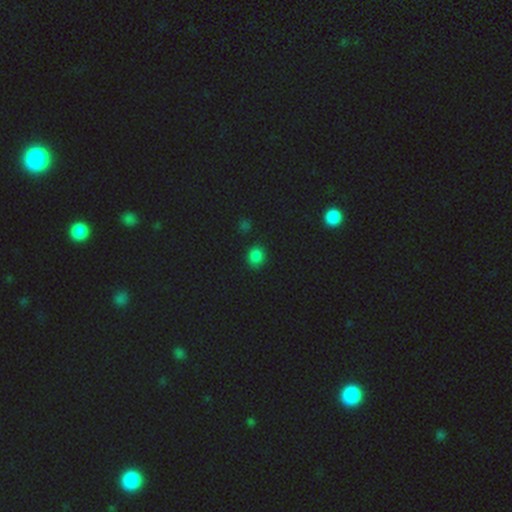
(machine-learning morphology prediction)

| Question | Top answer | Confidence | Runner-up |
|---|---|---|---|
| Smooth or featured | smooth | 79% | star or artifact (17%) |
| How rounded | round | 69% | in between (29%) |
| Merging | none | 87% | minor disturbance (9%) |